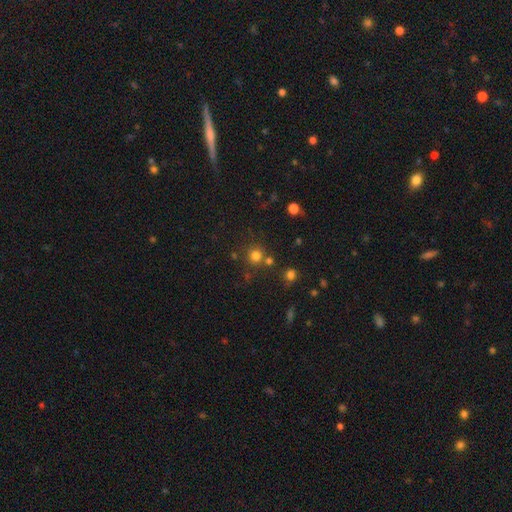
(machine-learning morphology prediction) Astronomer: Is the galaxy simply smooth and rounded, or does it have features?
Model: smooth — 76%.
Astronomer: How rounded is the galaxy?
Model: round — 92%.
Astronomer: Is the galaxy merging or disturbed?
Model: none — 73%.